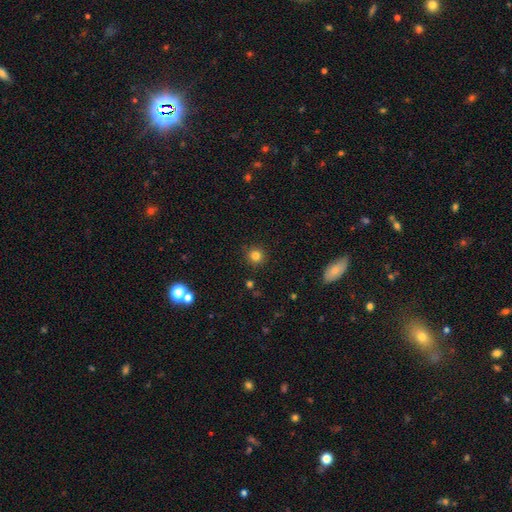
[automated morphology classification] Smooth or featured? Predicted: smooth (p=0.82). How rounded? Predicted: round (p=0.93). Merging? Predicted: none (p=0.90).